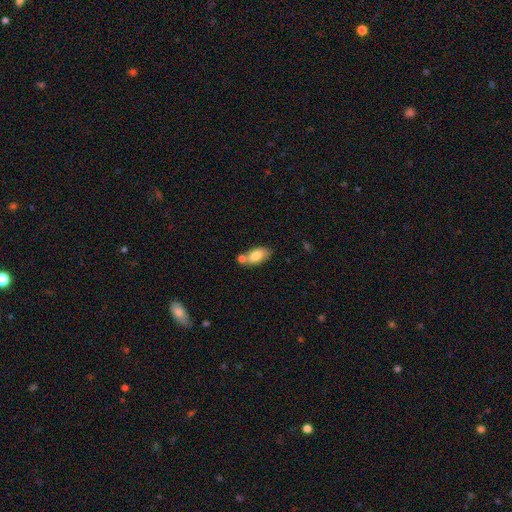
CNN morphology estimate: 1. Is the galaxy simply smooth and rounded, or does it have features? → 79% smooth, 14% featured or disk, 7% star or artifact.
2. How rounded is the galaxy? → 91% in between, 5% round, 4% cigar-shaped.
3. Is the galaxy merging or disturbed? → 50% none, 31% merger, 15% minor disturbance, 4% major disturbance.